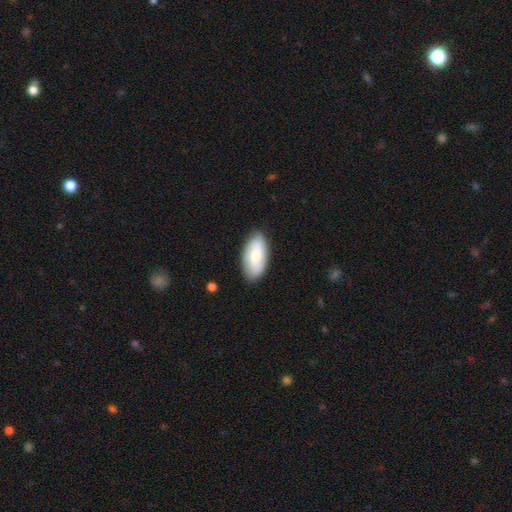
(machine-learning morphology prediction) type=smooth (72%); roundness=in between (93%); merging=none (84%).